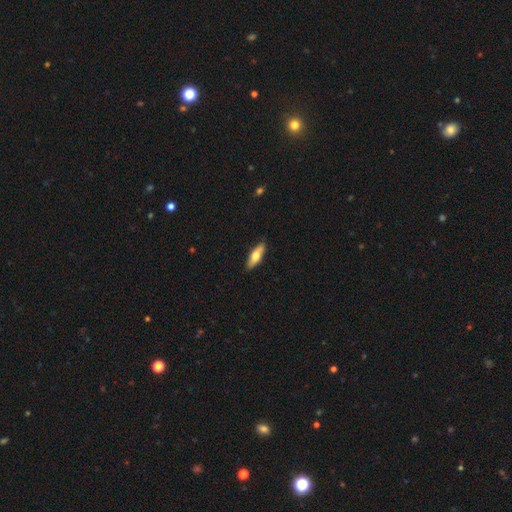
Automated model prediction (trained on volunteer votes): The model was most divided on "how rounded": in between: 55%, cigar-shaped: 43%, round: 2%. More confident: merging — none (87%); smooth or featured — smooth (64%).